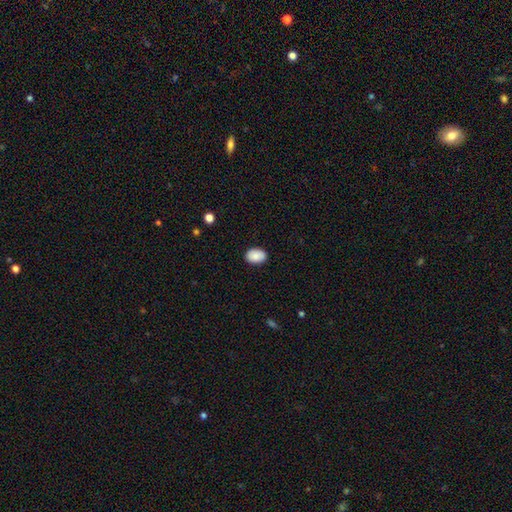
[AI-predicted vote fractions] Morphology: type=smooth (88%); roundness=in between (84%); merging=none (88%).